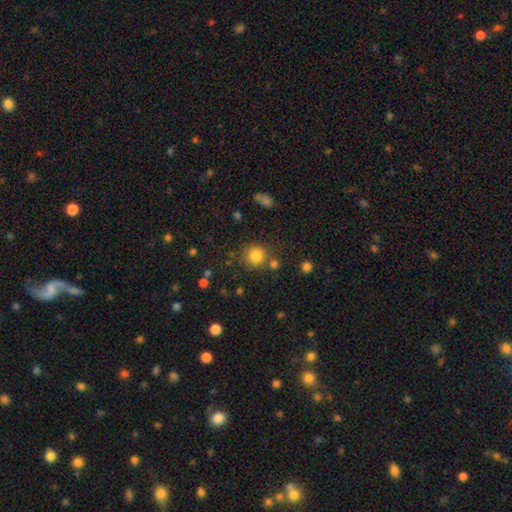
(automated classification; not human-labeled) A smooth galaxy with no disk features (82%) that is round (89%).

Vote fractions:
- Smooth or featured? smooth: 82% / star or artifact: 12% / featured or disk: 7%
- How rounded? round: 89% / in between: 10% / cigar-shaped: 1%
- Merging? none: 76% / minor disturbance: 11% / merger: 9% / major disturbance: 4%